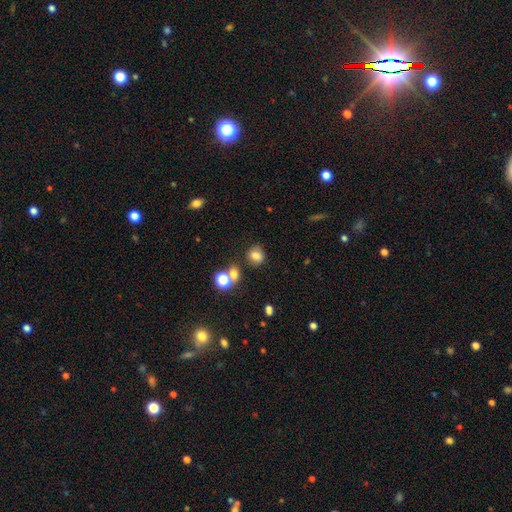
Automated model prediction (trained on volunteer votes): The model was most divided on "how rounded": round: 66%, in between: 33%, cigar-shaped: 1%. More confident: smooth or featured — smooth (75%); merging — none (72%).